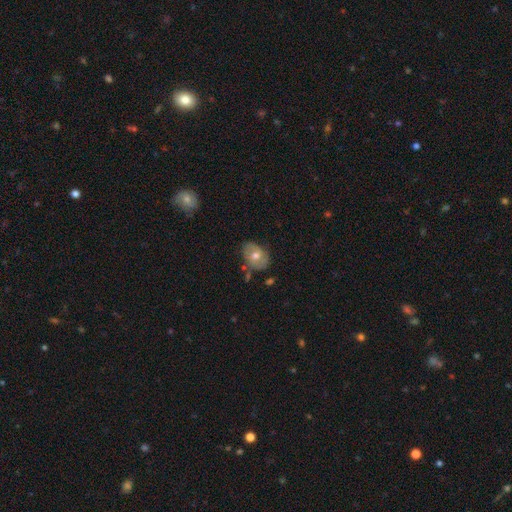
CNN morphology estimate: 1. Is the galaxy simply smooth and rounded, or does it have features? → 52% smooth, 40% featured or disk, 8% star or artifact.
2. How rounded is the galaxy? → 68% in between, 31% round, 1% cigar-shaped.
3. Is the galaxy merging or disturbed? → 66% none, 23% minor disturbance, 6% major disturbance, 5% merger.